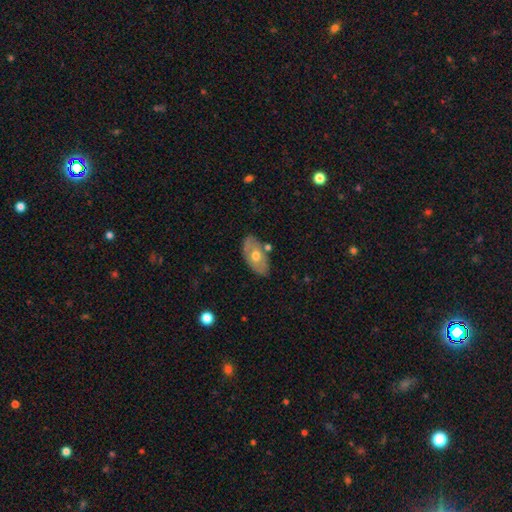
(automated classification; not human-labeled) Smooth or featured?
  - smooth: 49% *
  - featured or disk: 45%
  - star or artifact: 6%
Merging?
  - none: 76% *
  - minor disturbance: 15%
  - merger: 6%
  - major disturbance: 3%